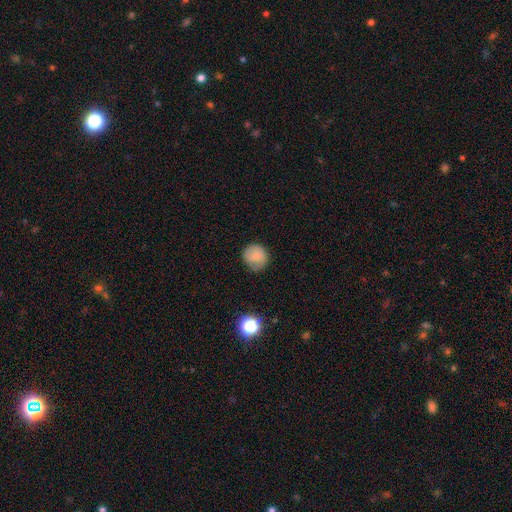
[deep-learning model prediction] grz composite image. It shows a smooth galaxy with no disk features (77%) that is round (86%). Merging: none (74%).